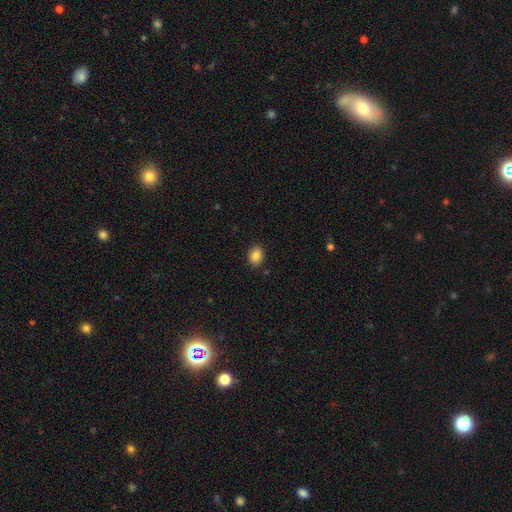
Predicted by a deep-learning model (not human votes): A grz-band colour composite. It shows a smooth galaxy with no disk features (86%) that is in between round and cigar-shaped (59%). Merging: none (89%).